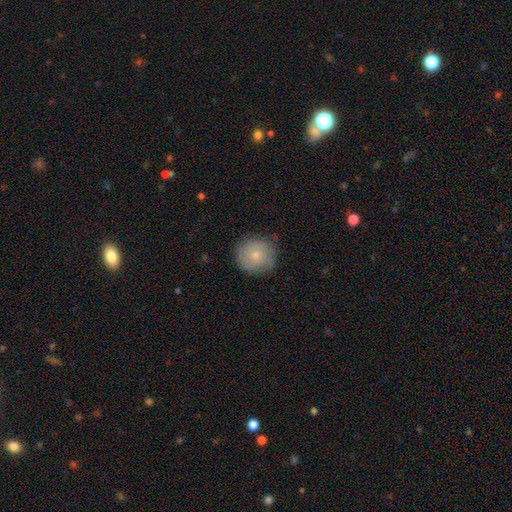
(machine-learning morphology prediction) This is likely a smooth galaxy (71%). How rounded: clearly round (92%). Merging: clearly none (81%).